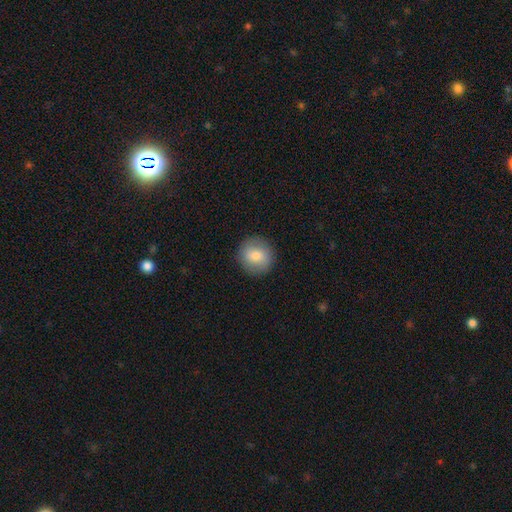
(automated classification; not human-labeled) A smooth galaxy with no disk features (79%) that is round (92%). Merging: none (90%).